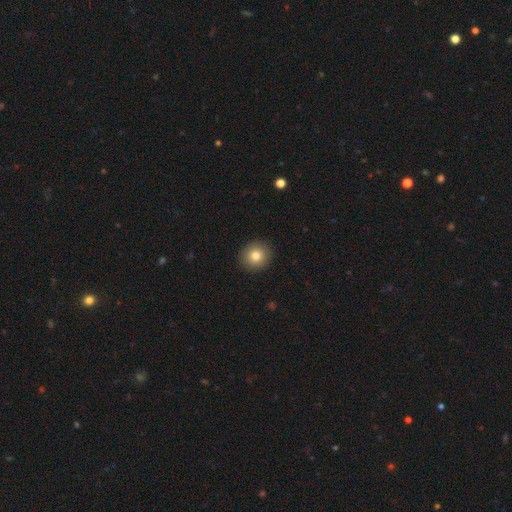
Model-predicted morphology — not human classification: type=smooth (81%); roundness=round (89%); merging=none (92%).